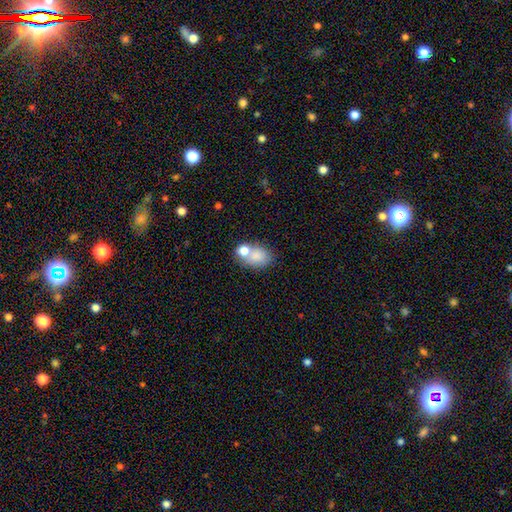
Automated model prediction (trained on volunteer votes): Smooth or featured: smooth — 77% (featured or disk — 13%)
How rounded: in between — 74% (round — 24%)
Merging: none — 46% (merger — 34%)